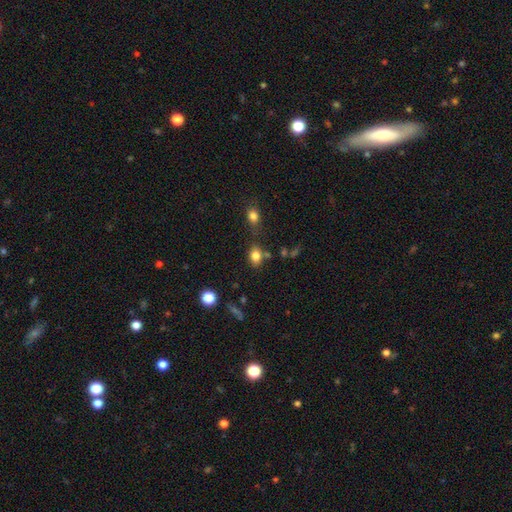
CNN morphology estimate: smooth-or-featured: smooth: 81% | star or artifact: 11% | featured or disk: 8%
  how-rounded: in between: 70% | round: 28% | cigar-shaped: 2%
  merging: none: 66% | minor disturbance: 17% | merger: 12% | major disturbance: 5%